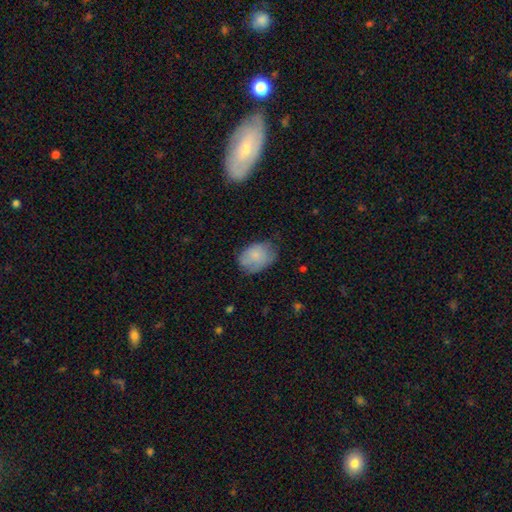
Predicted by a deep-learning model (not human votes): This appears to be a smooth galaxy with no disk features (77%) that is in between round and cigar-shaped (77%). Merging: none (58%).